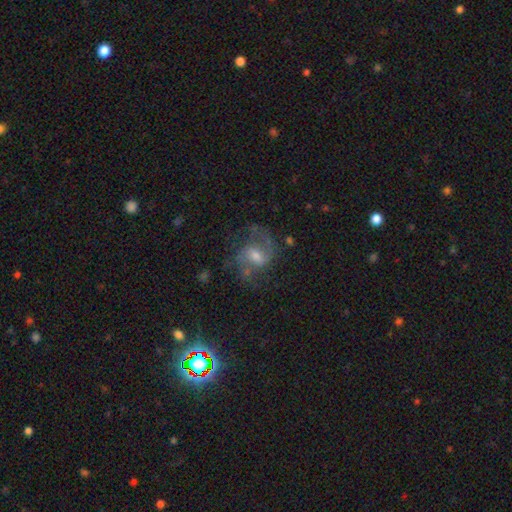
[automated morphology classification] Smooth or featured: featured or disk — 79% (smooth — 11%)
Edge-on disk: no — 98% (yes — 2%)
Bar: weak — 54% (no — 31%)
Spiral arms: yes — 94% (no — 6%)
Spiral winding: medium — 54% (loose — 31%)
Spiral arm count: 2 — 78% (1 — 8%)
Bulge size: moderate — 49% (small — 39%)
Merging: none — 64% (minor disturbance — 17%)